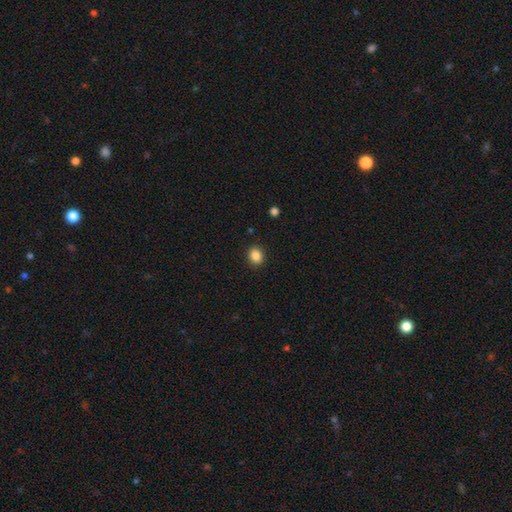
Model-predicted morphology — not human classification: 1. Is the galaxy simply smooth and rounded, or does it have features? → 86% smooth, 10% star or artifact, 4% featured or disk.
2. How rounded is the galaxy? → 60% round, 39% in between, 1% cigar-shaped.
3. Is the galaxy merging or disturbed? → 90% none, 7% minor disturbance, 2% major disturbance, 1% merger.